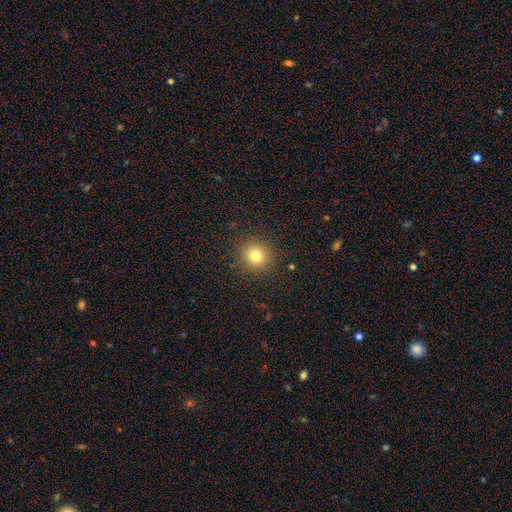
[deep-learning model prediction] Smooth or featured? Predicted: smooth (p=0.79). How rounded? Predicted: round (p=0.88). Merging? Predicted: none (p=0.89).